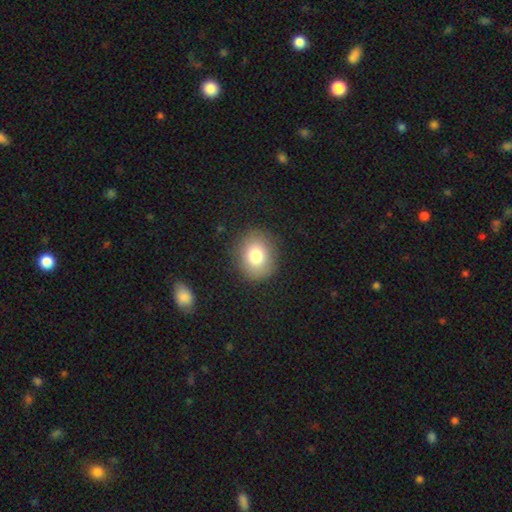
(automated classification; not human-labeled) This is likely a smooth galaxy (79%). How rounded: likely round (63%). Merging: clearly none (87%).